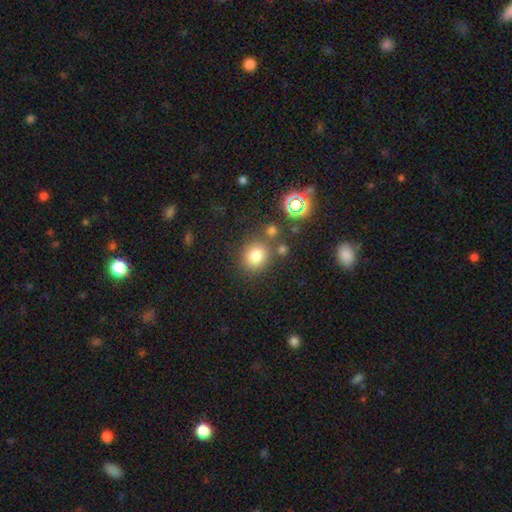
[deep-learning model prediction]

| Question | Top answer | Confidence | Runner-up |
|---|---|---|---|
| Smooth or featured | smooth | 78% | star or artifact (15%) |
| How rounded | round | 83% | in between (16%) |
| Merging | none | 75% | minor disturbance (11%) |